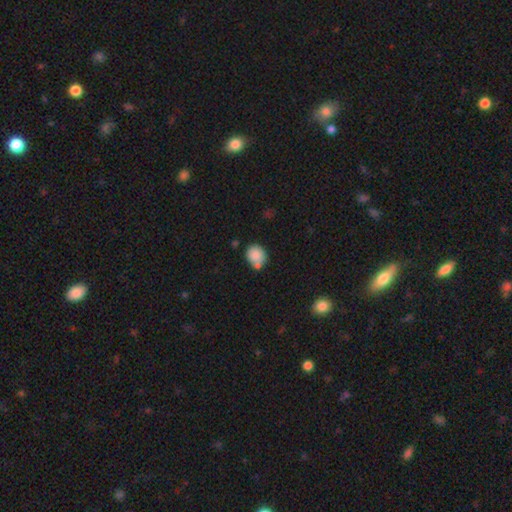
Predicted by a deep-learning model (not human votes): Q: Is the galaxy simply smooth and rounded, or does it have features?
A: smooth — 85%.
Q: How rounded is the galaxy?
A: round — 73%.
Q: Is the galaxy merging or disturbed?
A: none — 55%.